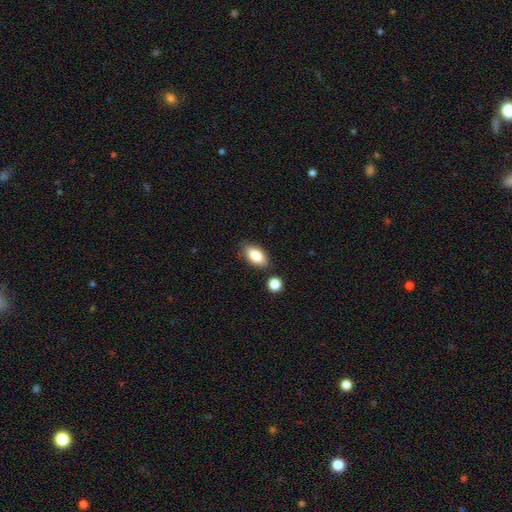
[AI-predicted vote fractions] The model was most divided on "merging": none: 80%, minor disturbance: 12%, merger: 5%, major disturbance: 3%. More confident: how rounded — in between (92%); smooth or featured — smooth (85%).